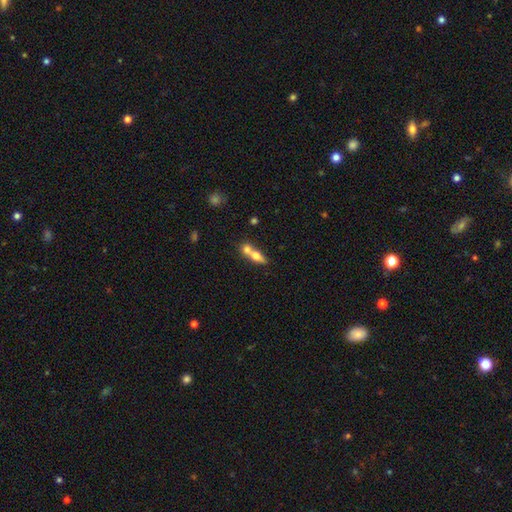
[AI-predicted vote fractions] Smooth or featured? Predicted: smooth (p=0.64). How rounded? Predicted: in between (p=0.60). Merging? Predicted: merger (p=0.64).